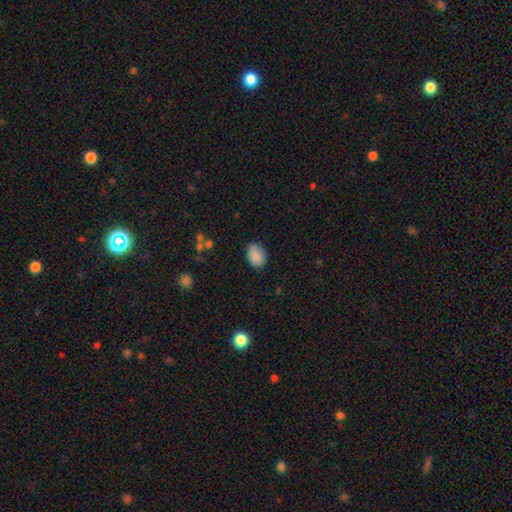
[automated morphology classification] The model was most divided on "how rounded": in between: 76%, round: 23%, cigar-shaped: 1%. More confident: smooth or featured — smooth (88%); merging — none (80%).